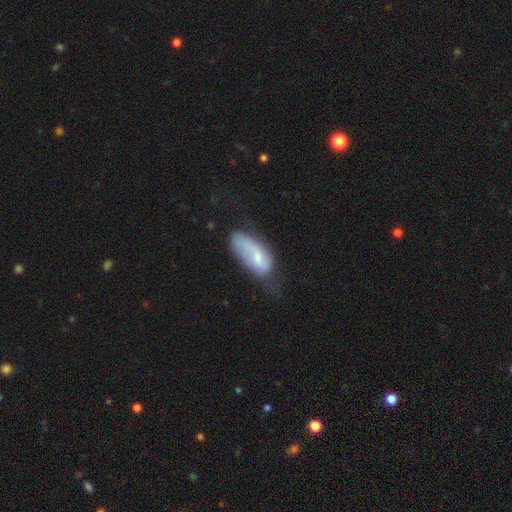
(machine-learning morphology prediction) Smooth or featured?
  - smooth: 57% *
  - featured or disk: 35%
  - star or artifact: 8%
How rounded?
  - in between: 83% *
  - cigar-shaped: 14%
  - round: 2%
Merging?
  - minor disturbance: 35% *
  - none: 34%
  - major disturbance: 26%
  - merger: 5%